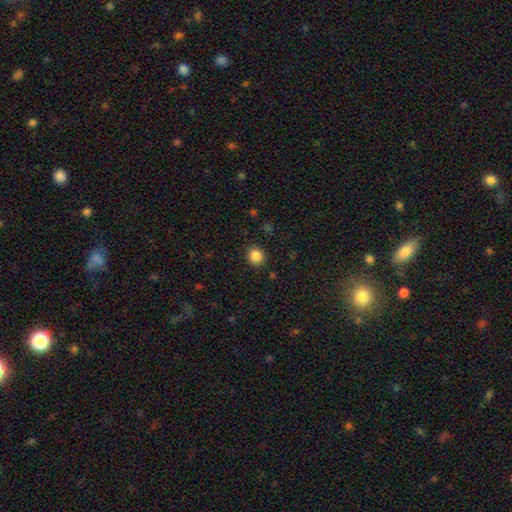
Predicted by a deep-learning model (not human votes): smooth-or-featured: smooth: 85% | star or artifact: 11% | featured or disk: 4%
  how-rounded: round: 89% | in between: 10% | cigar-shaped: 1%
  merging: none: 90% | minor disturbance: 7% | major disturbance: 2% | merger: 1%